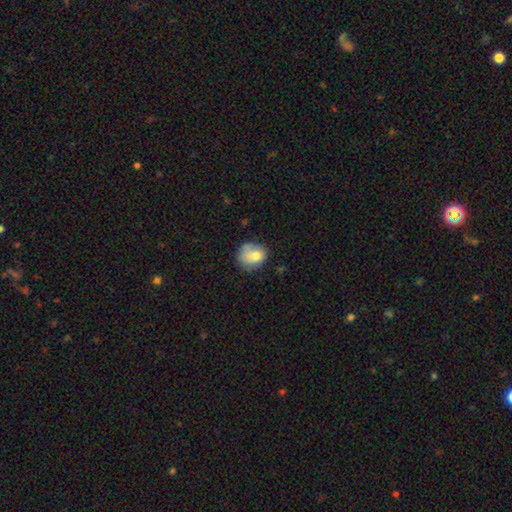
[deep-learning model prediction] Smooth or featured? smooth (73%)
How rounded? round (69%)
Merging? none (54%)